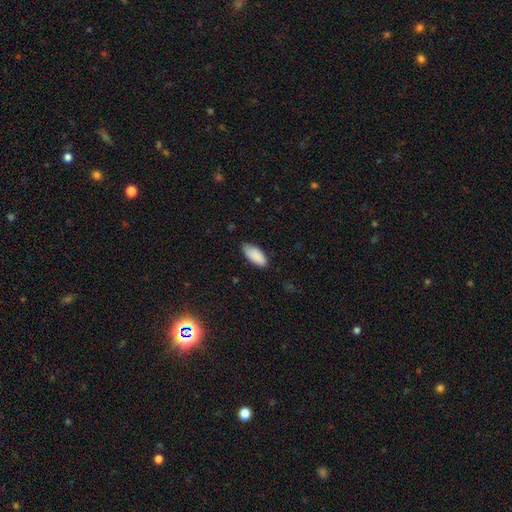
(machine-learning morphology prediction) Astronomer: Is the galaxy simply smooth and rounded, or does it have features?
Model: smooth — 88%.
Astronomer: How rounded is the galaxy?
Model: in between — 87%.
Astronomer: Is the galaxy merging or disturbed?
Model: none — 71%.